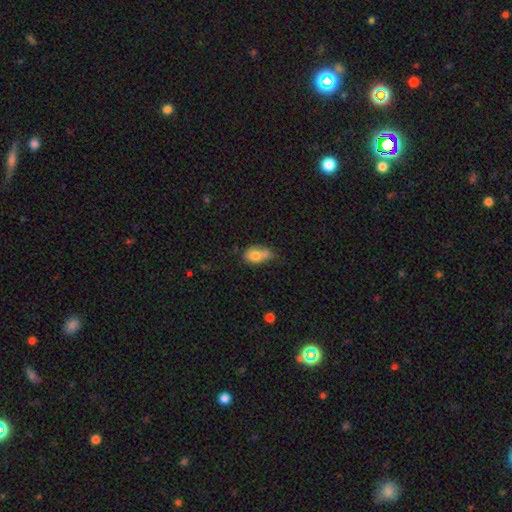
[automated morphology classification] Q: Smooth or featured?
A: smooth (75%); runner-up: featured or disk (16%)
Q: How rounded?
A: in between (78%); runner-up: round (20%)
Q: Merging?
A: merger (38%); runner-up: none (30%)